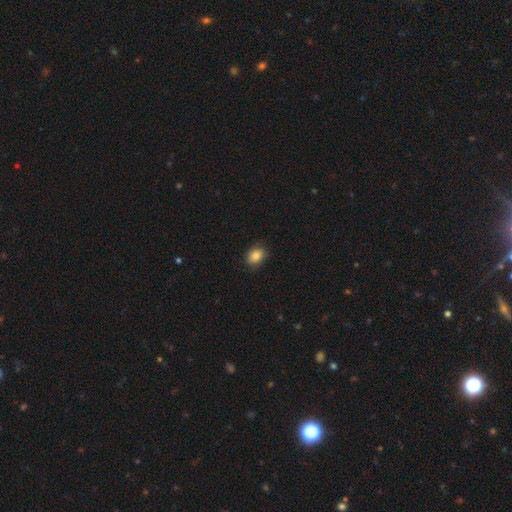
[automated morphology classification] The model was most divided on "how rounded": in between: 60%, round: 39%, cigar-shaped: 1%. More confident: merging — none (85%); smooth or featured — smooth (85%).